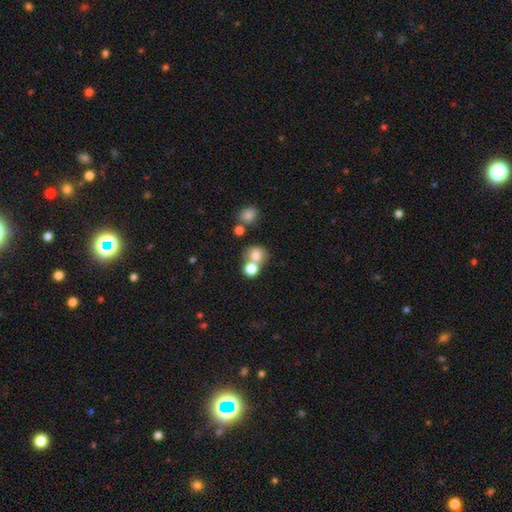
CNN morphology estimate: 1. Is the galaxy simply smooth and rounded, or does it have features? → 75% smooth, 12% featured or disk, 12% star or artifact.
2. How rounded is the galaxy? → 74% round, 25% in between, 1% cigar-shaped.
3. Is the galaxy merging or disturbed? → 47% merger, 41% none, 8% minor disturbance, 4% major disturbance.